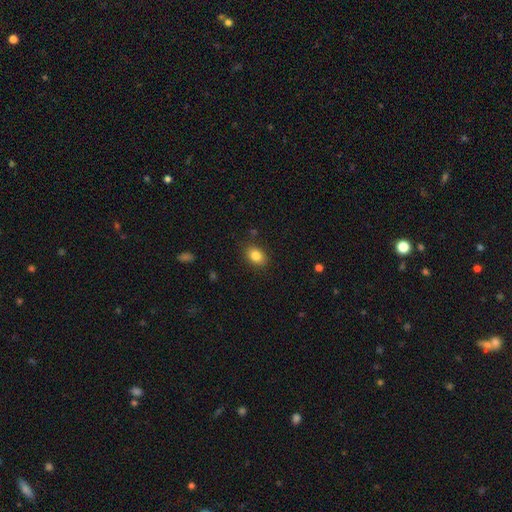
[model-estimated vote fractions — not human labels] smooth 84%, star or artifact 9%, featured or disk 6%. Down the decision tree: how rounded — in between (70%); merging — none (86%).